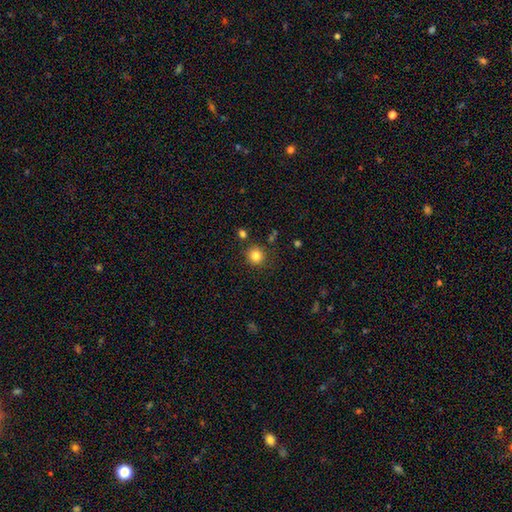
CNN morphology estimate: type=smooth (83%); roundness=round (93%); merging=none (86%).